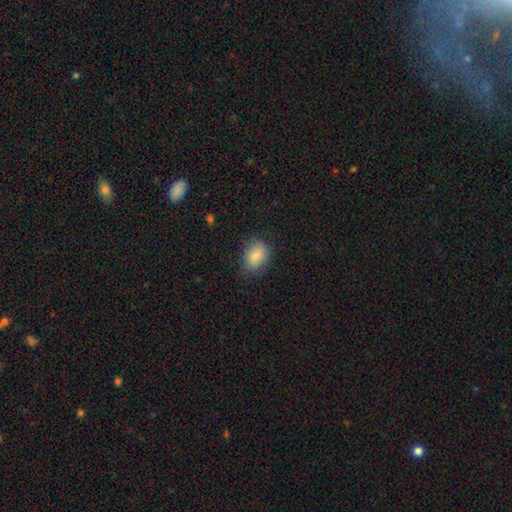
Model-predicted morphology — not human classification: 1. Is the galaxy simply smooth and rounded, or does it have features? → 84% smooth, 8% featured or disk, 8% star or artifact.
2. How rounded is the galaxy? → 74% in between, 25% round, 1% cigar-shaped.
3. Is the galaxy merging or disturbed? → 80% none, 15% minor disturbance, 4% major disturbance, 1% merger.